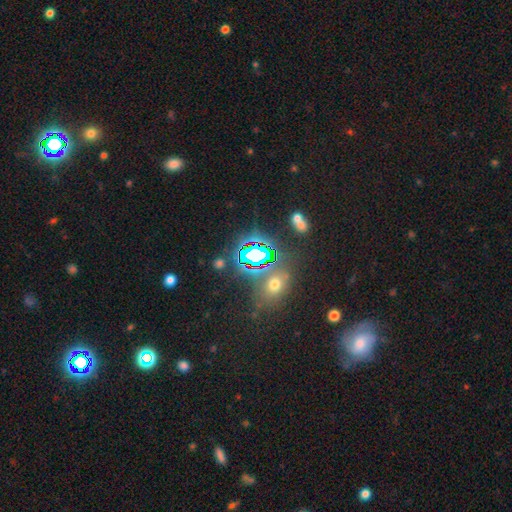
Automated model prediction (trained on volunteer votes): smooth-or-featured: star or artifact: 69% | smooth: 20% | featured or disk: 11%